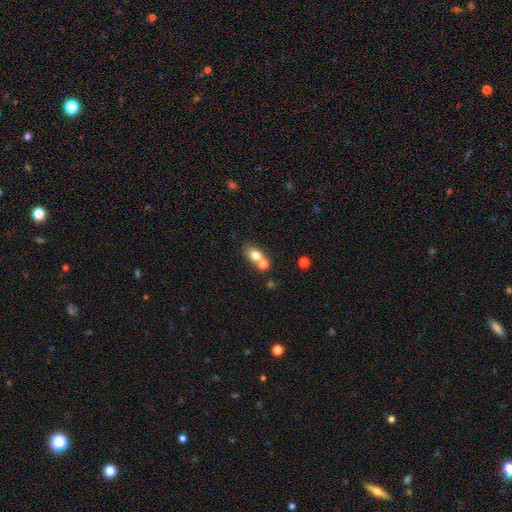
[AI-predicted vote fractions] Smooth or featured: smooth — 75% (featured or disk — 15%)
How rounded: in between — 62% (round — 36%)
Merging: merger — 52% (none — 37%)